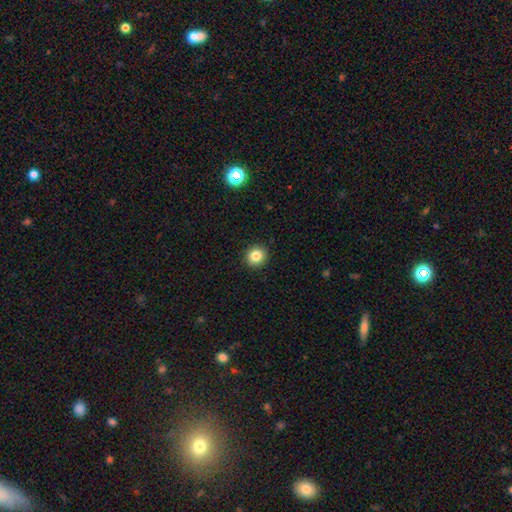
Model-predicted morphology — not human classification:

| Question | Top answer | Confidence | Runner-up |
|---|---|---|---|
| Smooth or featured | smooth | 84% | star or artifact (11%) |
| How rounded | round | 88% | in between (11%) |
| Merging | none | 92% | minor disturbance (5%) |